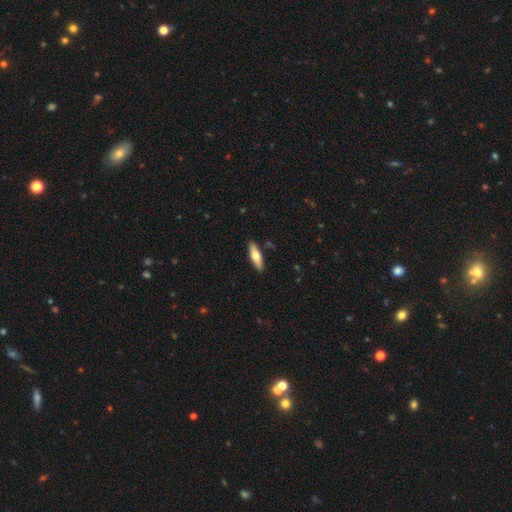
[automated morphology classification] Overall: smooth (62%; featured or disk 32%). How rounded: cigar-shaped (55%; in between 43%). Merging: none (89%).